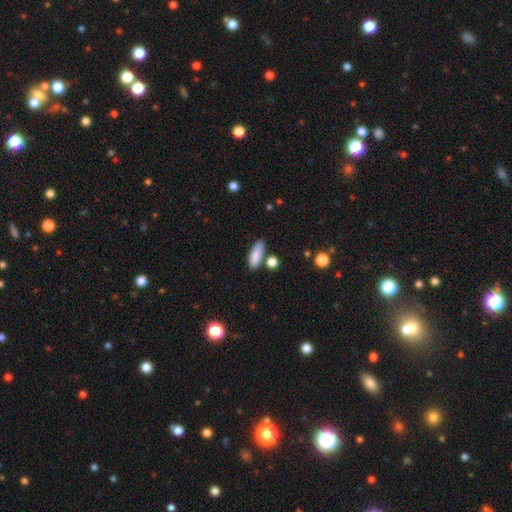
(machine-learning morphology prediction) Smooth or featured: smooth — 86% (featured or disk — 7%)
How rounded: in between — 63% (cigar-shaped — 34%)
Merging: none — 72% (minor disturbance — 14%)